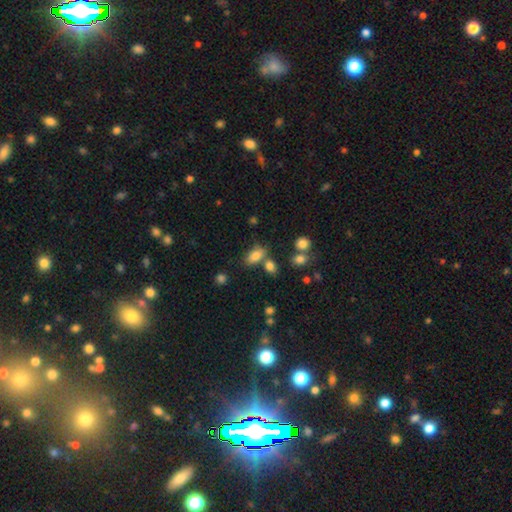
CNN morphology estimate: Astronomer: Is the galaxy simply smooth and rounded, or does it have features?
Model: smooth — 80%.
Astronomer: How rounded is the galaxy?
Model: in between — 88%.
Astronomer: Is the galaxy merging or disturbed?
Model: none — 61%.